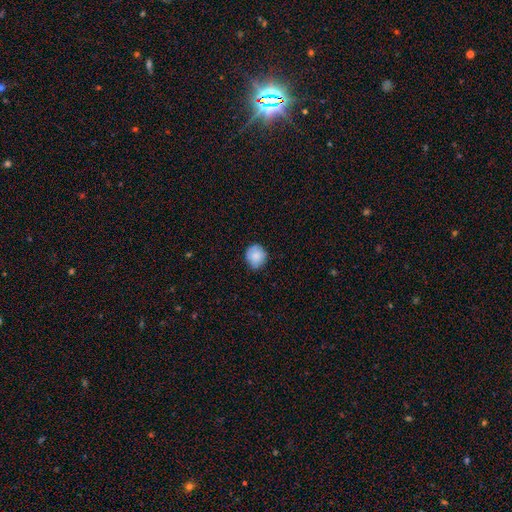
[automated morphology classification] smooth-or-featured: smooth: 83% | featured or disk: 9% | star or artifact: 8%
  how-rounded: round: 79% | in between: 20% | cigar-shaped: 1%
  merging: none: 77% | minor disturbance: 19% | major disturbance: 3% | merger: 1%